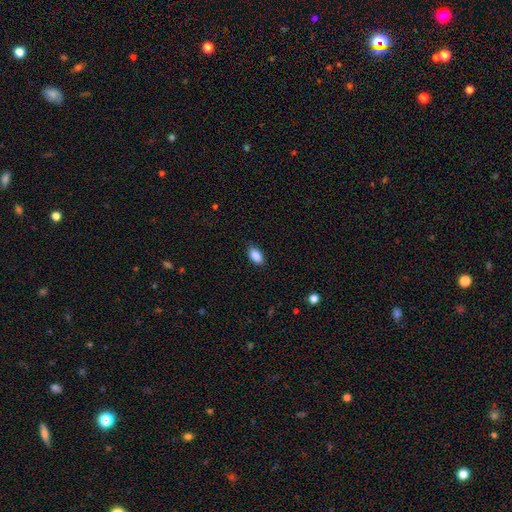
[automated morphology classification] Smooth or featured? Predicted: smooth (p=0.89). How rounded? Predicted: in between (p=0.93). Merging? Predicted: none (p=0.86).